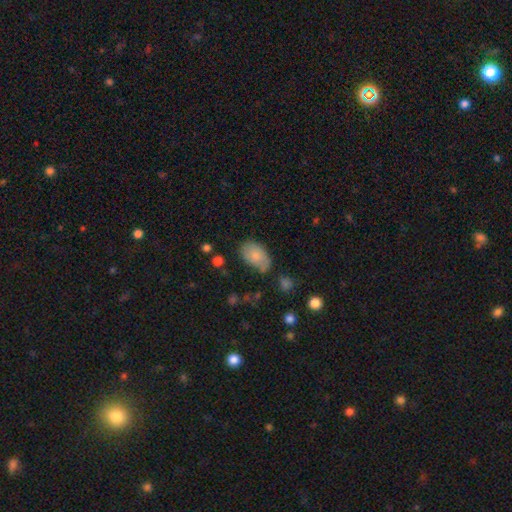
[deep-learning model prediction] Smooth or featured: smooth — 78% (featured or disk — 15%)
How rounded: in between — 91% (round — 8%)
Merging: none — 57% (minor disturbance — 30%)